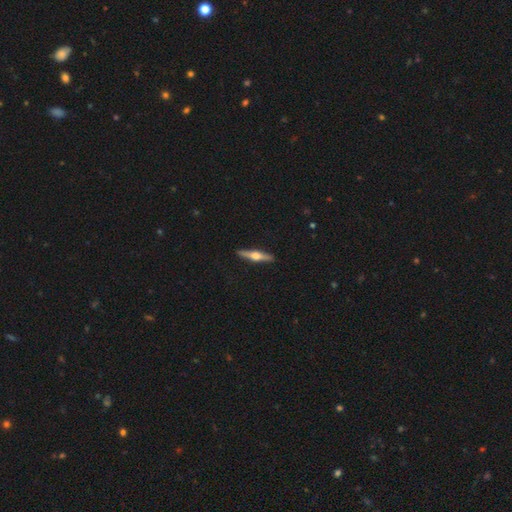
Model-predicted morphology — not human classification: A featured or disk galaxy (68%) viewed edge-on (97%) with a rounded central bulge (95%).

Vote fractions:
- Smooth or featured? featured or disk: 68% / smooth: 27% / star or artifact: 5%
- Edge-on disk? yes: 97% / no: 3%
- Edge-on bulge? rounded: 95% / boxy: 3% / none: 2%
- Merging? none: 92% / minor disturbance: 6% / major disturbance: 1% / merger: 1%